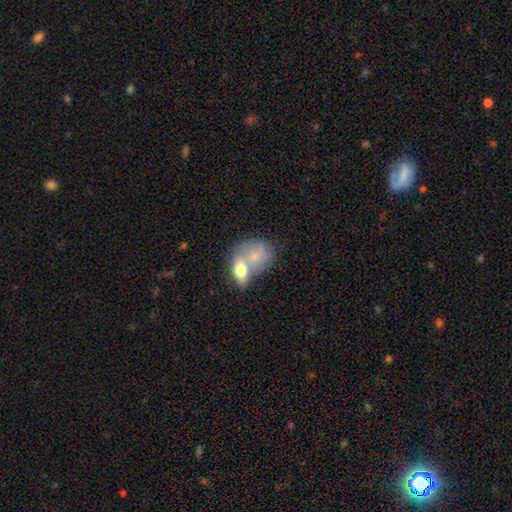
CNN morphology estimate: The model was most divided on "how rounded": in between: 66%, round: 32%, cigar-shaped: 2%. More confident: smooth or featured — smooth (66%); merging — merger (66%).